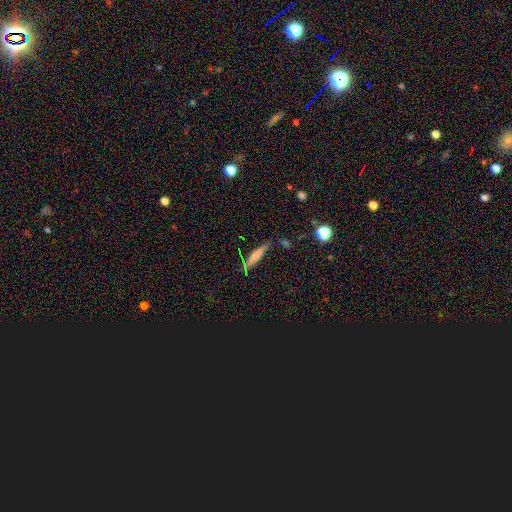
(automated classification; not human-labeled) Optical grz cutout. It shows a smooth galaxy with no disk features (58%) that is cigar-shaped (88%). Merging: none (75%).